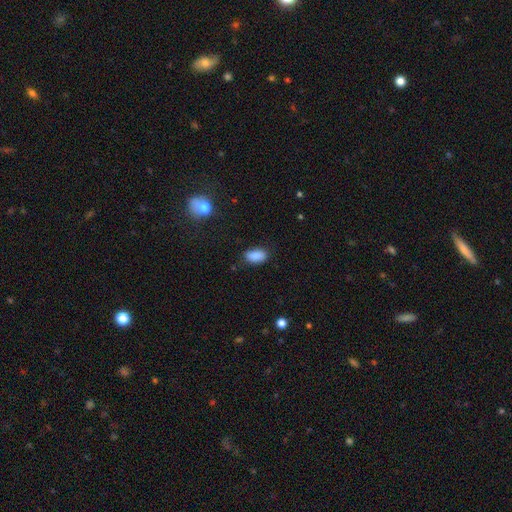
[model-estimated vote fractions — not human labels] A smooth galaxy with no disk features (87%) that is in between round and cigar-shaped (92%). Merging: none (78%).